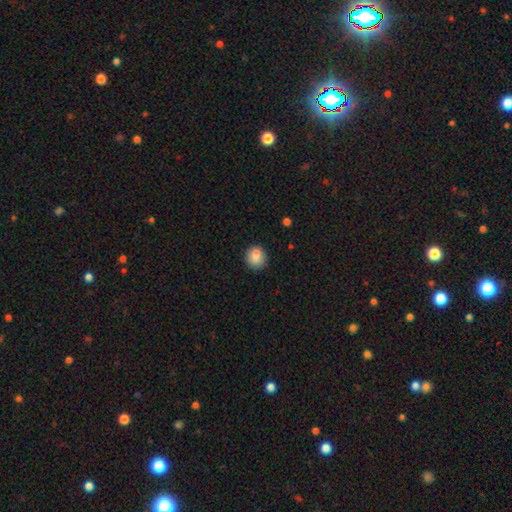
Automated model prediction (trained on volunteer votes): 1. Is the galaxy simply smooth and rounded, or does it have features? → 82% smooth, 9% featured or disk, 9% star or artifact.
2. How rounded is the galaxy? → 80% round, 18% in between, 1% cigar-shaped.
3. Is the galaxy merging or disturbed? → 73% none, 14% minor disturbance, 10% merger, 3% major disturbance.